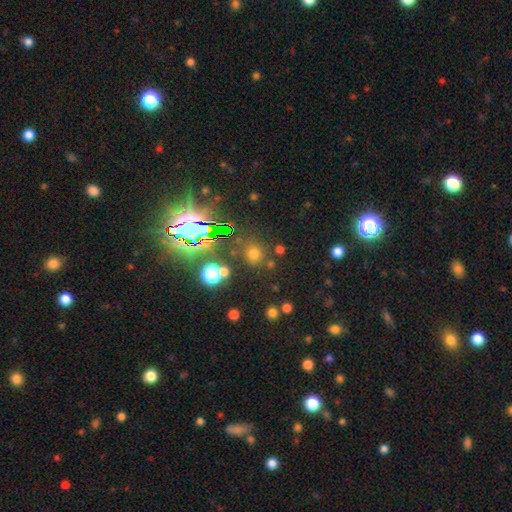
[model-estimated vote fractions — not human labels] Smooth or featured?
  - star or artifact: 46% * (tied)
  - smooth: 46% * (tied)
  - featured or disk: 8%